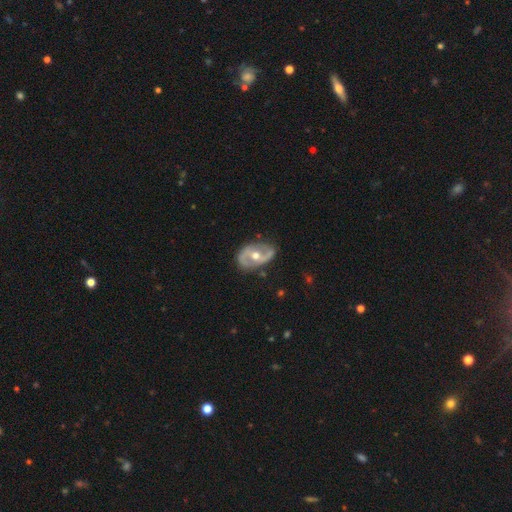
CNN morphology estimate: smooth_or_featured: featured or disk (p=0.81) [alt: smooth p=0.15]
disk_edge_on: no (p=0.96) [alt: yes p=0.04]
bar: no (p=0.48) [alt: weak p=0.34]
has_spiral_arms: yes (p=0.80) [alt: no p=0.20]
spiral_winding: medium (p=0.42) [alt: loose p=0.37]
spiral_arm_count: 2 (p=0.86) [alt: can't tell p=0.07]
bulge_size: moderate (p=0.78) [alt: small p=0.15]
merging: none (p=0.74) [alt: minor disturbance p=0.18]